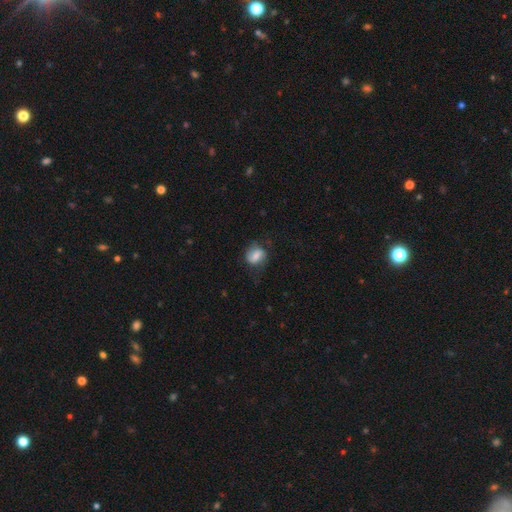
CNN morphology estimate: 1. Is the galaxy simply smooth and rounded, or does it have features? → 64% smooth, 27% featured or disk, 8% star or artifact.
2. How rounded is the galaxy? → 59% in between, 39% round, 2% cigar-shaped.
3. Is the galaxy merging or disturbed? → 62% none, 24% minor disturbance, 12% major disturbance, 2% merger.